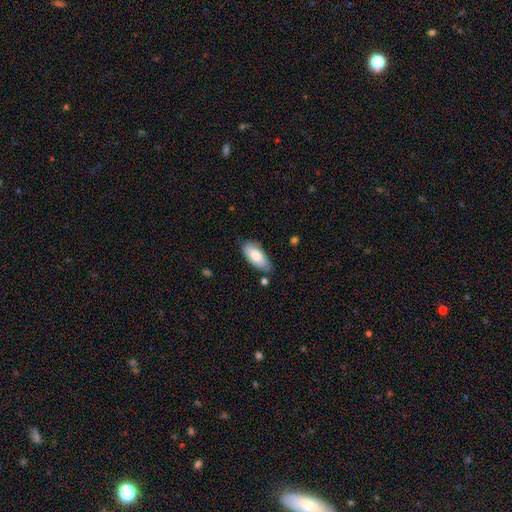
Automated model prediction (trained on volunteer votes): This is clearly a smooth galaxy (80%). How rounded: clearly in between (87%). Merging: likely none (77%).